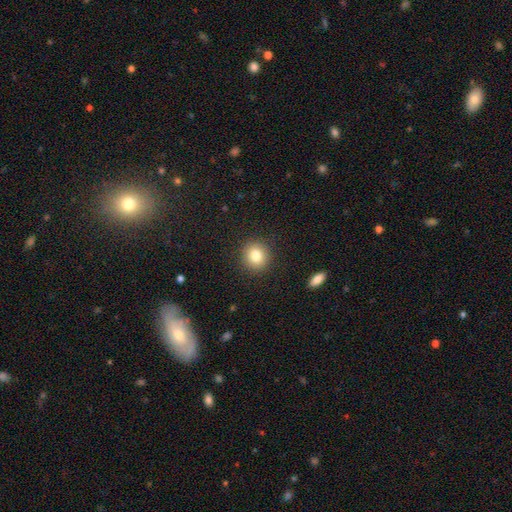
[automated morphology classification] A smooth galaxy with no disk features (82%) that is round (89%). Merging: none (90%).